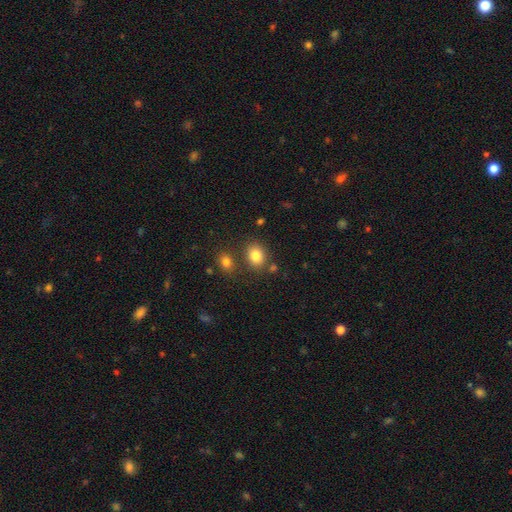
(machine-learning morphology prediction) Overall: smooth (83%). How rounded: in between (55%; round 44%). Merging: none (75%).